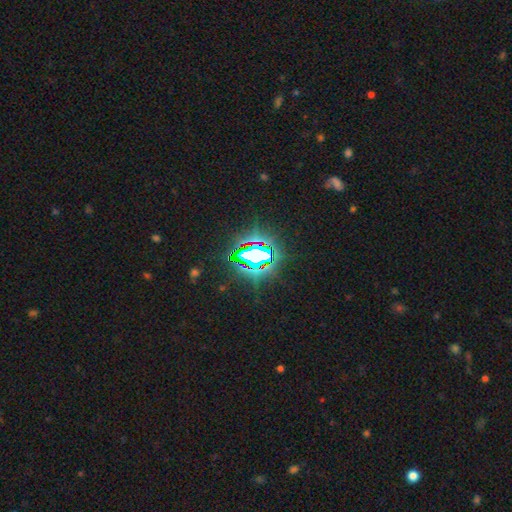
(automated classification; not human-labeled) Morphology: type=star or artifact (78%).